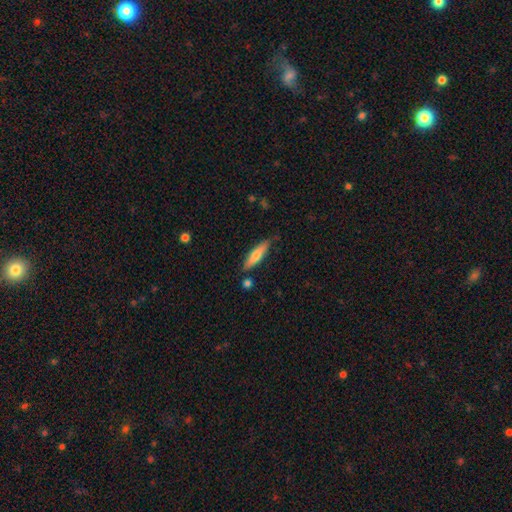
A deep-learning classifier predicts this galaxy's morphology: This appears to be a smooth galaxy with no disk features (65%) that is cigar-shaped (76%). Merging: none (79%).